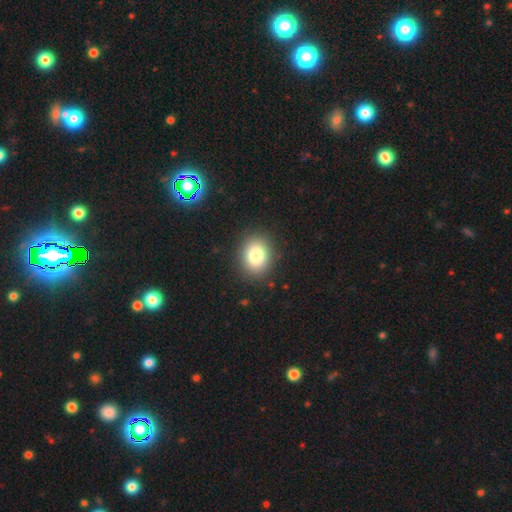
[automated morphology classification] Smooth or featured? smooth (81%)
How rounded? round (53%)
Merging? none (88%)